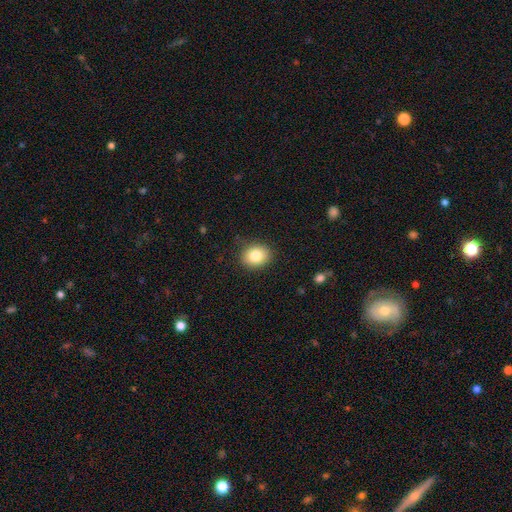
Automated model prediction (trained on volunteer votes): This appears to be a smooth galaxy with no disk features (82%) that is round (57%). Merging: none (87%).